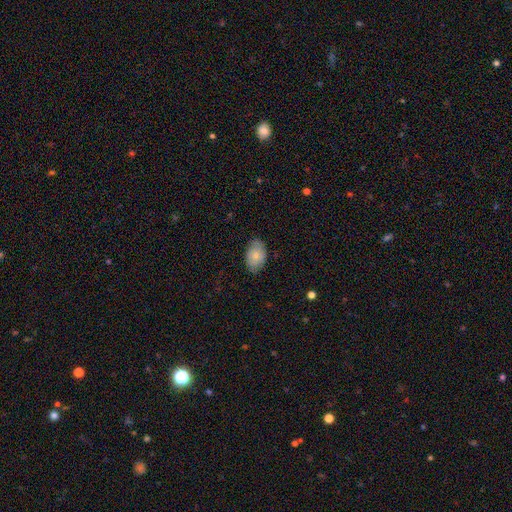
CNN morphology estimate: Smooth or featured: smooth — 77% (featured or disk — 16%)
How rounded: in between — 88% (round — 11%)
Merging: none — 78% (minor disturbance — 18%)